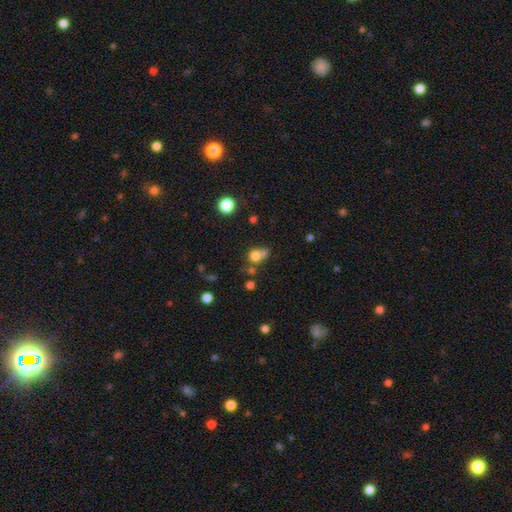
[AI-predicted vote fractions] Smooth or featured? Predicted: smooth (p=0.73). How rounded? Predicted: round (p=0.72). Merging? Predicted: none (p=0.38).